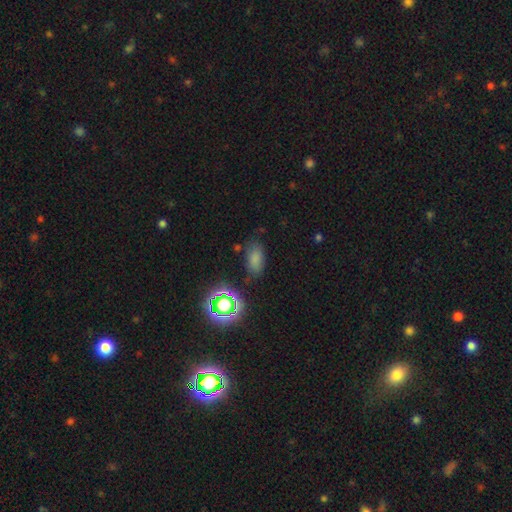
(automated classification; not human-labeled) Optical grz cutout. It shows a smooth galaxy with no disk features (67%) that is in between round and cigar-shaped (84%). Merging: none (77%).